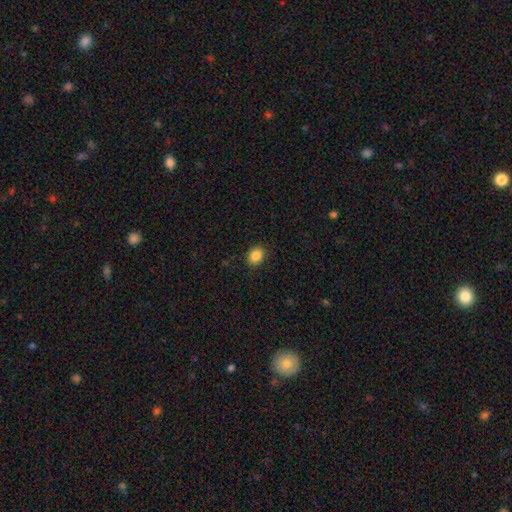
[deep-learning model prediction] A smooth galaxy with no disk features (87%) that is in between round and cigar-shaped (56%). Merging: none (89%).